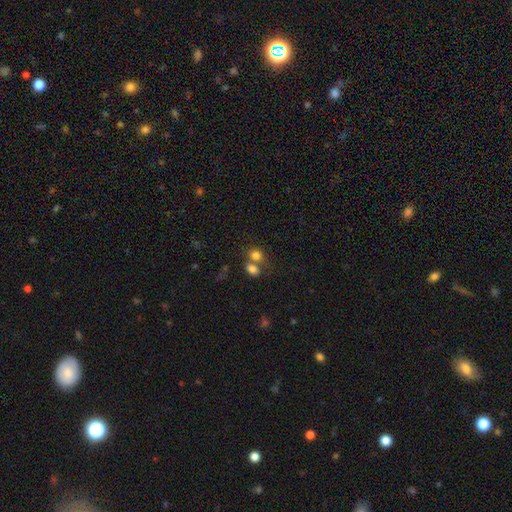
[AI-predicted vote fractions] A smooth galaxy with no disk features (79%) that is round (51%). Merging: merger (52%).